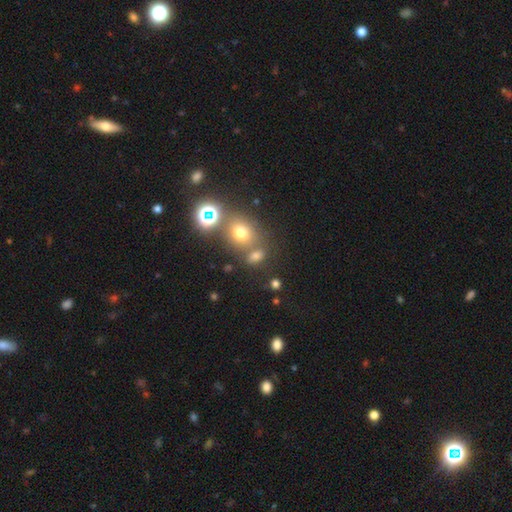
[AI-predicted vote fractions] smooth-or-featured: smooth: 64% | star or artifact: 26% | featured or disk: 10%
  how-rounded: in between: 61% | round: 36% | cigar-shaped: 3%
  merging: none: 60% | merger: 23% | minor disturbance: 11% | major disturbance: 5%